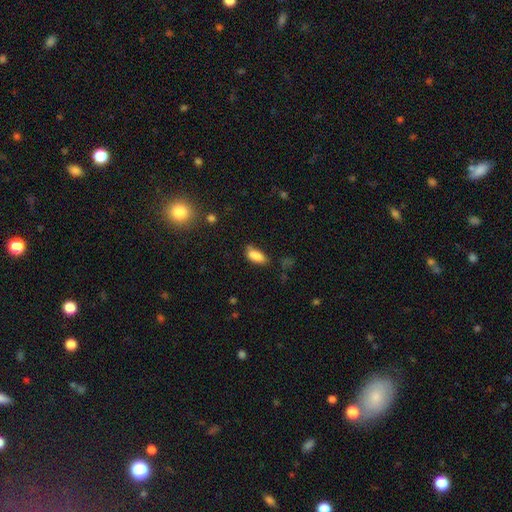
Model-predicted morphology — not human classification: Smooth or featured: smooth — 85% (star or artifact — 9%)
How rounded: in between — 85% (cigar-shaped — 12%)
Merging: none — 62% (minor disturbance — 25%)